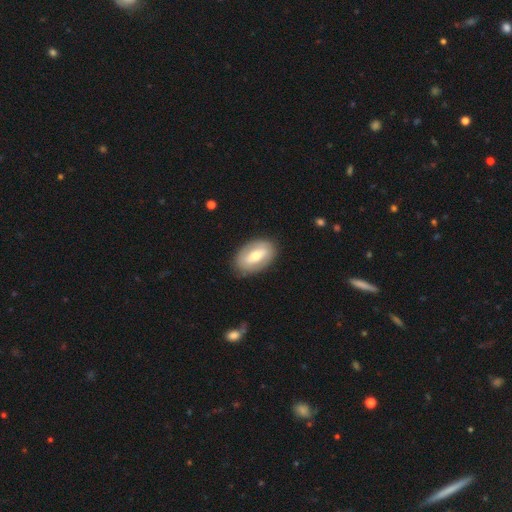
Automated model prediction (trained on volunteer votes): Morphology: type=smooth (52%); roundness=in between (90%); merging=none (84%).